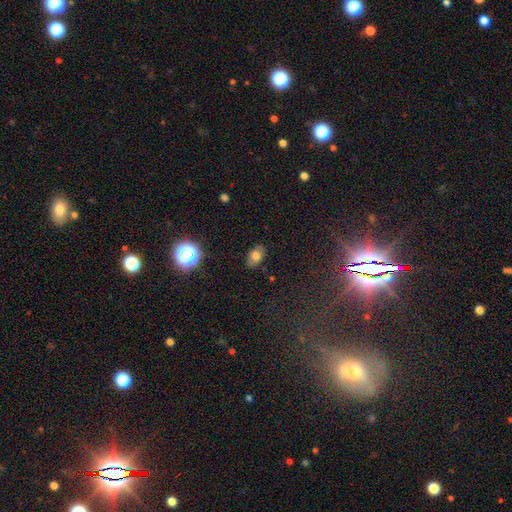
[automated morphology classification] This is likely a smooth galaxy (75%). How rounded: clearly in between (88%). Merging: clearly none (84%).